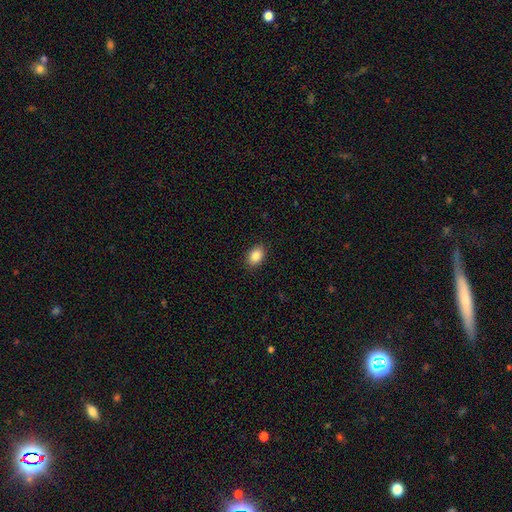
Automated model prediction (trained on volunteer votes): Smooth or featured? Predicted: smooth (p=0.87). How rounded? Predicted: in between (p=0.80). Merging? Predicted: none (p=0.89).